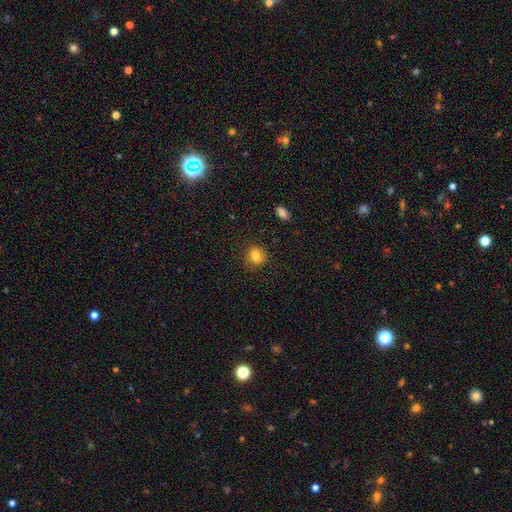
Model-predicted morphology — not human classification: type=smooth (82%); roundness=round (76%); merging=none (79%).